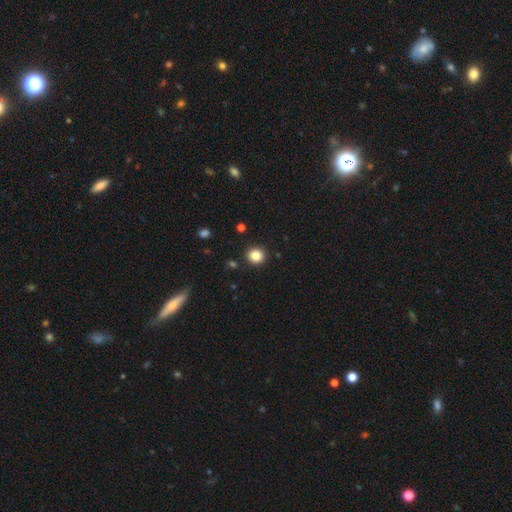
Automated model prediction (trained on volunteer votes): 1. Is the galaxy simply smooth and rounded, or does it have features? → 84% smooth, 11% star or artifact, 5% featured or disk.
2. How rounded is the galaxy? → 92% round, 7% in between, 1% cigar-shaped.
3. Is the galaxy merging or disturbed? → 92% none, 5% minor disturbance, 2% major disturbance, 1% merger.